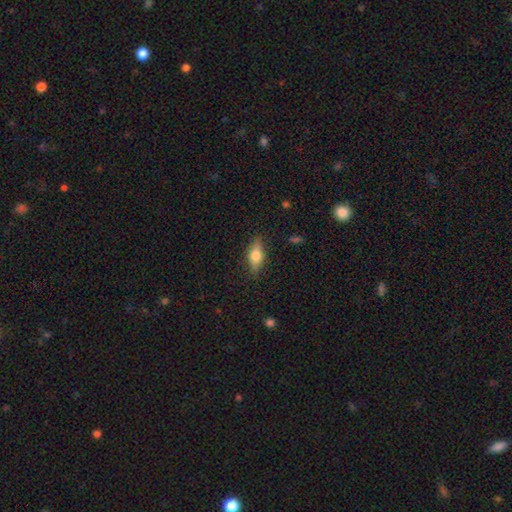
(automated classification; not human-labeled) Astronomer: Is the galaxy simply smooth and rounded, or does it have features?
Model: smooth — 54% (runner-up: featured or disk, 38%).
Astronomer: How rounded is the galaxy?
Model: in between — 66%.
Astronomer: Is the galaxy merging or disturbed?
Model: none — 84%.